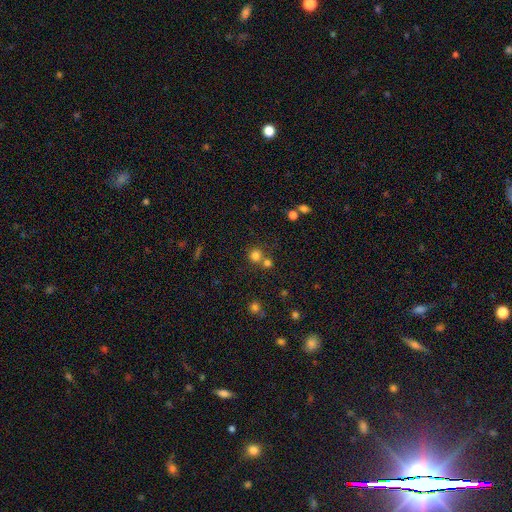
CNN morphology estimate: Overall: smooth (77%). How rounded: round (90%). Merging: none (60%; merger 30%).